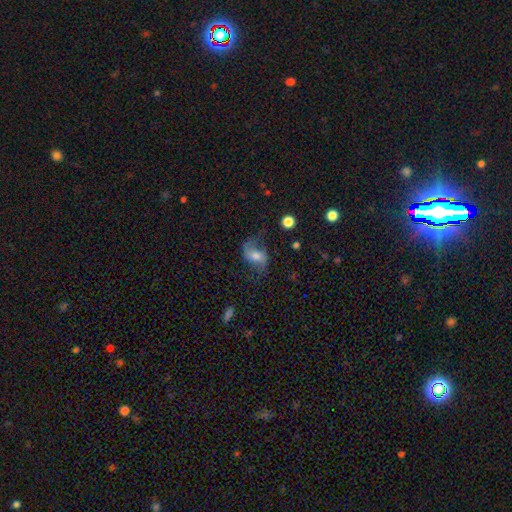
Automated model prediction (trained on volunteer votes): A featured or disk galaxy (61%) with no bar (43%), 2 (89%) loose (77%) spiral arms (87%) and a moderate central bulge (56%).

Vote fractions:
- Smooth or featured? featured or disk: 61% / smooth: 30% / star or artifact: 9%
- Edge-on disk? no: 95% / yes: 5%
- Bar? no: 43% / weak: 39% / strong: 19%
- Spiral arms? yes: 87% / no: 13%
- Spiral winding? loose: 77% / medium: 18% / tight: 4%
- Spiral arm count? 2: 89% / 1: 4% / can't tell: 4% / 3: 1% / 4: 1% / more than 4: 1%
- Bulge size? moderate: 56% / small: 23% / large: 14% / none: 5% / dominant: 3%
- Merging? none: 59% / minor disturbance: 21% / major disturbance: 18% / merger: 2%